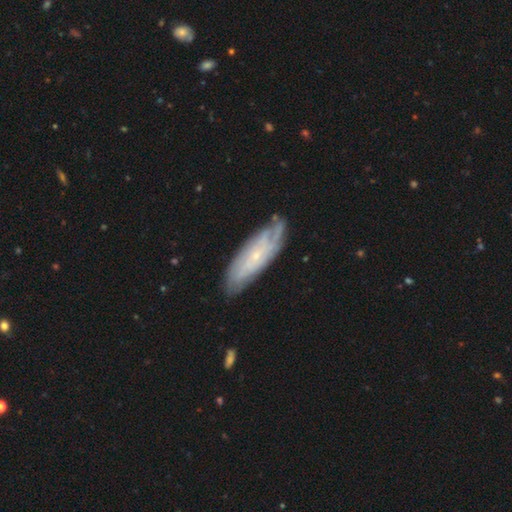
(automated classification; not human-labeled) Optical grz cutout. It shows a featured or disk galaxy (66%) with no bar (76%), spiral arms (82%) and a small central bulge (81%). Merging: none (74%).